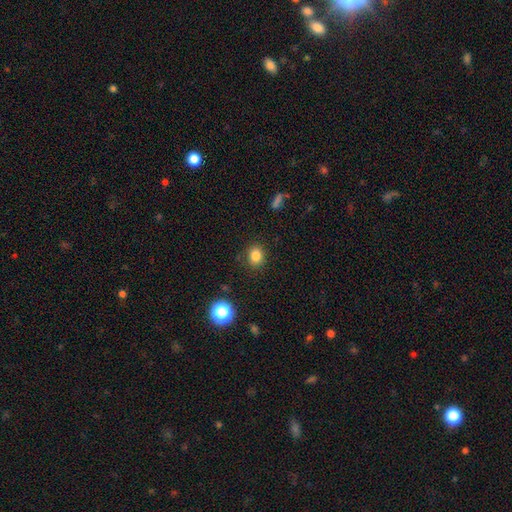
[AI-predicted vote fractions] smooth_or_featured: smooth (p=0.82) [alt: star or artifact p=0.13]
how_rounded: round (p=0.73) [alt: in between p=0.26]
merging: none (p=0.86) [alt: minor disturbance p=0.09]